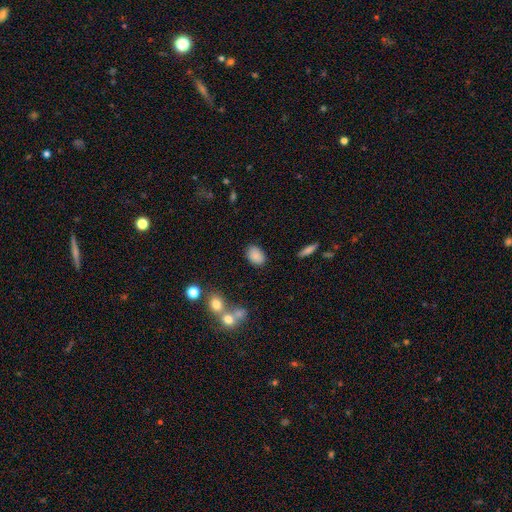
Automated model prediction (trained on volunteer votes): This appears to be a smooth galaxy with no disk features (86%) that is in between round and cigar-shaped (84%). Merging: none (83%).